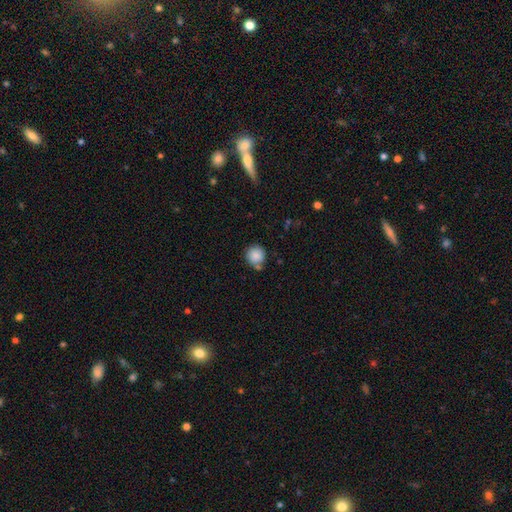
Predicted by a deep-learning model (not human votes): smooth-or-featured: smooth: 87% | star or artifact: 8% | featured or disk: 5%
  how-rounded: round: 92% | in between: 7% | cigar-shaped: 1%
  merging: none: 71% | minor disturbance: 15% | merger: 10% | major disturbance: 4%